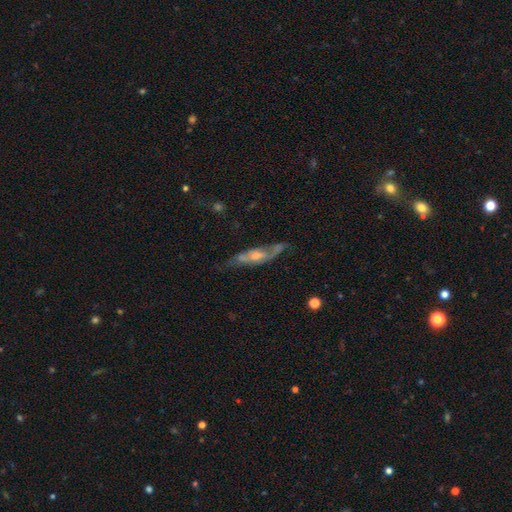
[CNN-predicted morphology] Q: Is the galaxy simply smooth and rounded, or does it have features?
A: featured or disk — 72%.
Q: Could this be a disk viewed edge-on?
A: no — 63%.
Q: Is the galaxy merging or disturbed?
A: none — 57%.